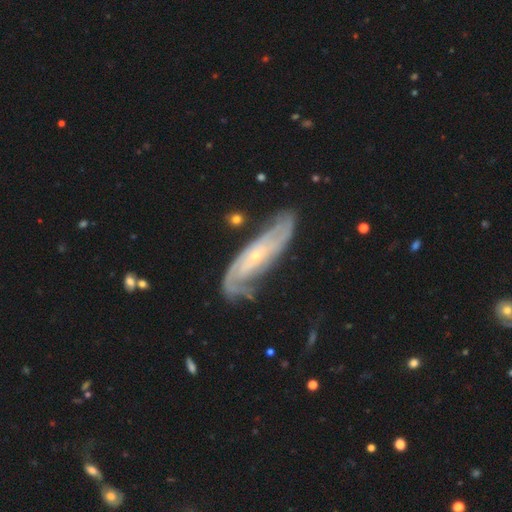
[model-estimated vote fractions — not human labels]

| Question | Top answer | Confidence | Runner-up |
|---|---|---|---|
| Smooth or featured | featured or disk | 85% | smooth (10%) |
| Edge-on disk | no | 84% | yes (16%) |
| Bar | no | 63% | weak (26%) |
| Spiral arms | yes | 94% | no (6%) |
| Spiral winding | tight | 53% | medium (34%) |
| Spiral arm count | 2 | 50% | can't tell (28%) |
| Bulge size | small | 82% | moderate (14%) |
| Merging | none | 67% | minor disturbance (21%) |